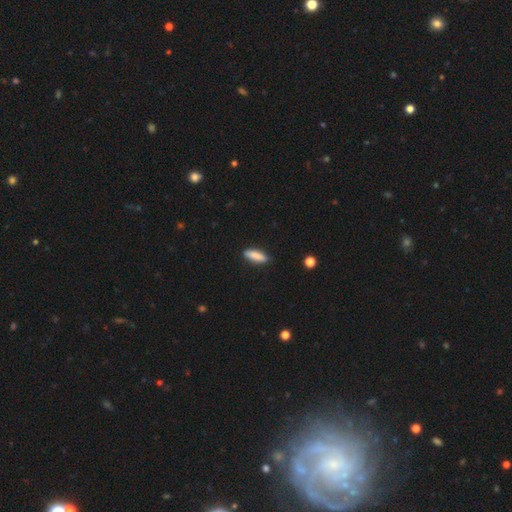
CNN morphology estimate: smooth_or_featured: smooth (p=0.86) [alt: featured or disk p=0.08]
how_rounded: cigar-shaped (p=0.53) [alt: in between p=0.45]
merging: none (p=0.86) [alt: minor disturbance p=0.11]